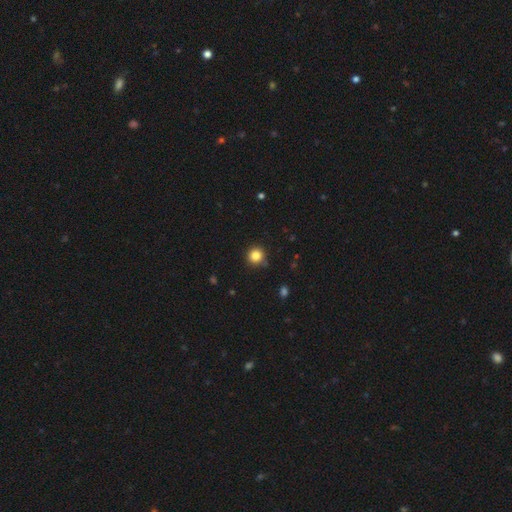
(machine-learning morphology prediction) Overall: smooth (83%). How rounded: round (95%). Merging: none (86%).